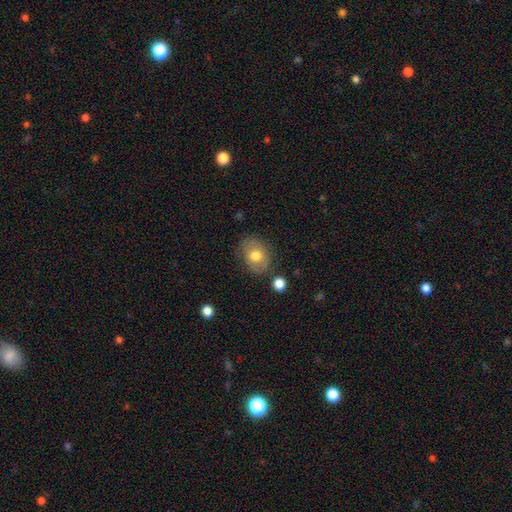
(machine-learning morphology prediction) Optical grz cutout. It shows a smooth galaxy with no disk features (70%) that is in between round and cigar-shaped (58%). Merging: none (76%).